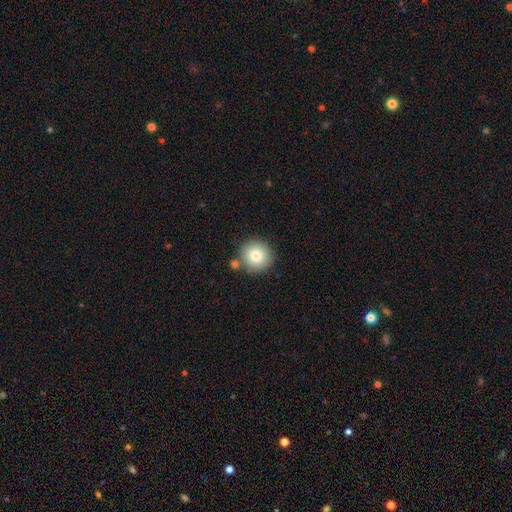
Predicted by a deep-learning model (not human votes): Morphology: type=smooth (80%); roundness=round (94%); merging=none (78%).